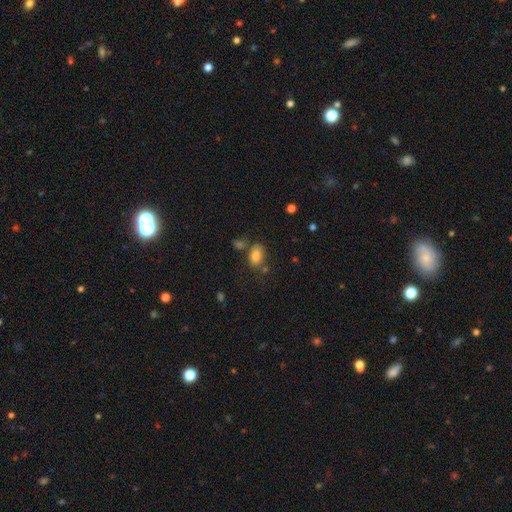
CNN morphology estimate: Smooth or featured?
  - smooth: 82% *
  - star or artifact: 10%
  - featured or disk: 8%
How rounded?
  - in between: 87% *
  - round: 12%
  - cigar-shaped: 2%
Merging?
  - none: 67% *
  - minor disturbance: 15%
  - merger: 13%
  - major disturbance: 5%